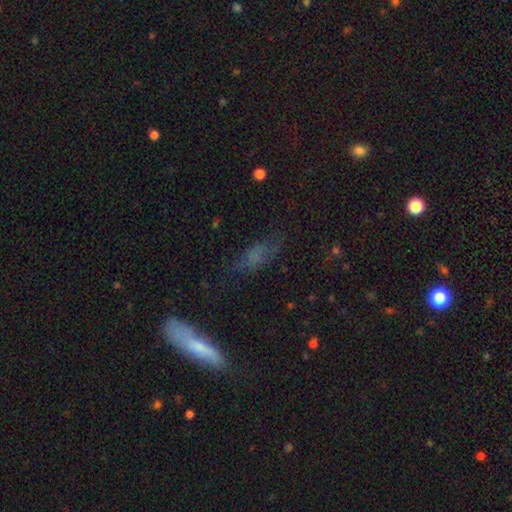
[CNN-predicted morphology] type=smooth (55%); roundness=cigar-shaped (48%); merging=none (61%).